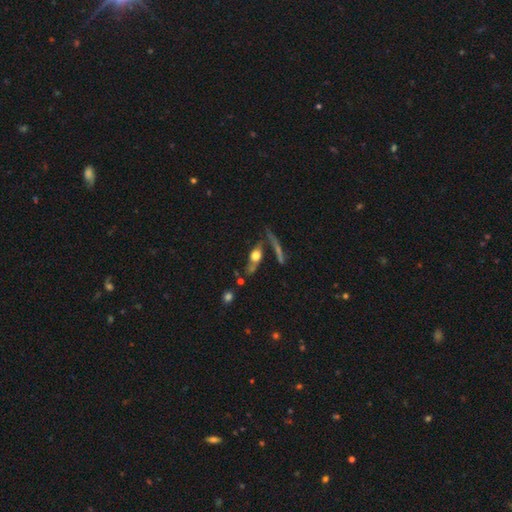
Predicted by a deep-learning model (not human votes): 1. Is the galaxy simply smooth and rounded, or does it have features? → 46% featured or disk, 43% smooth, 10% star or artifact.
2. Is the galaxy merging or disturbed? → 49% none, 18% minor disturbance, 17% merger, 16% major disturbance.